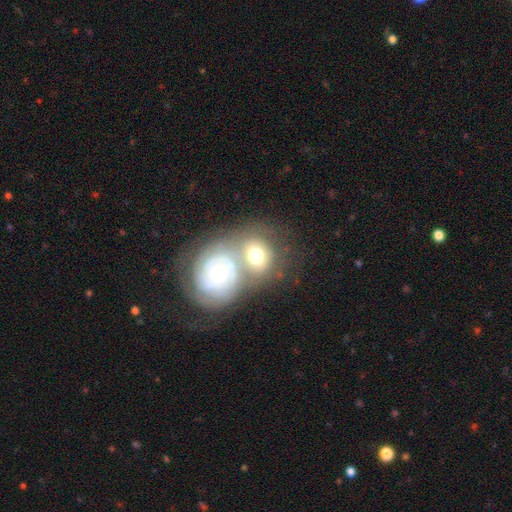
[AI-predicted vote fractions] A featured or disk galaxy (50%).

Vote fractions:
- Smooth or featured? featured or disk: 50% / smooth: 43% / star or artifact: 8%
- Merging? merger: 60% / none: 25% / minor disturbance: 9% / major disturbance: 6%